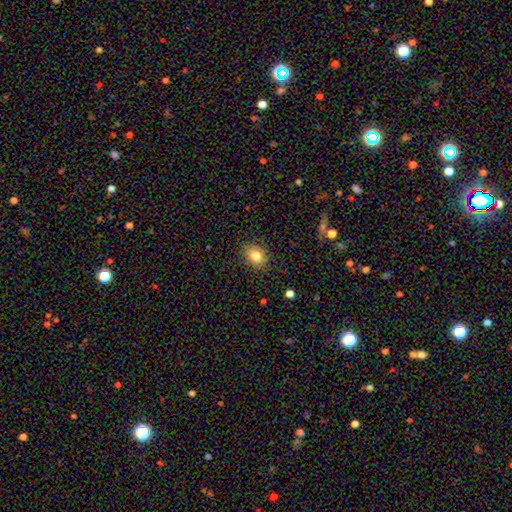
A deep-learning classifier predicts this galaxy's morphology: Q: Smooth or featured?
A: smooth (82%); runner-up: star or artifact (11%)
Q: How rounded?
A: round (58%); runner-up: in between (41%)
Q: Merging?
A: none (87%); runner-up: minor disturbance (10%)